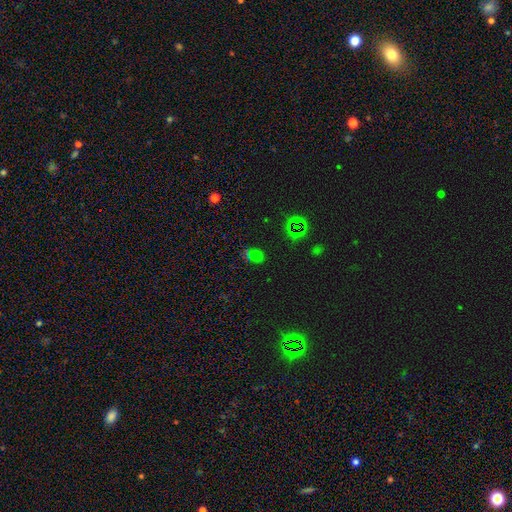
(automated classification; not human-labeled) Morphology: type=smooth (45%, tied with star or artifact); merging=none (67%).